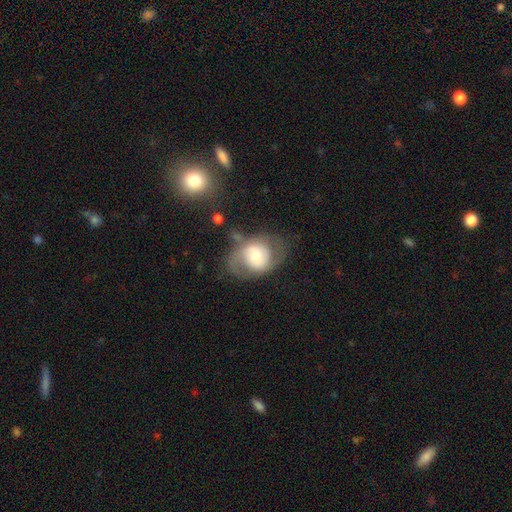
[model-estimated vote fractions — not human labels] smooth-or-featured: featured or disk: 53% | smooth: 40% | star or artifact: 8%
  disk-edge-on: no: 95% | yes: 5%
  merging: none: 52% | minor disturbance: 23% | major disturbance: 21% | merger: 5%